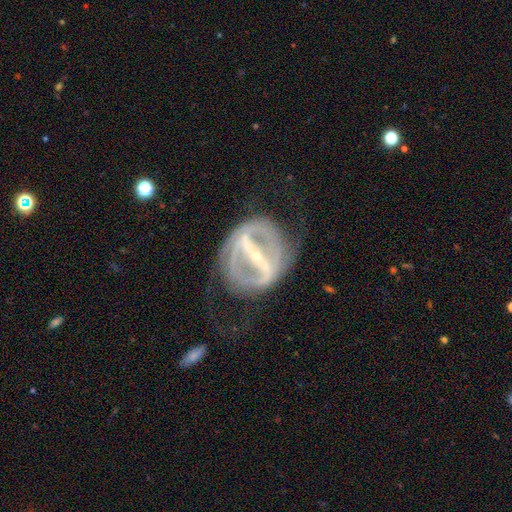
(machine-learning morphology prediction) Smooth or featured?
  - featured or disk: 87% *
  - smooth: 7%
  - star or artifact: 6%
Edge-on disk?
  - no: 89% *
  - yes: 11%
Bar?
  - strong: 88% *
  - weak: 8%
  - no: 3%
Spiral arms?
  - yes: 56% *
  - no: 44%
Bulge size?
  - small: 78% *
  - moderate: 18%
  - none: 1%
  - large: 1%
  - dominant: 1%
Merging?
  - none: 56% *
  - major disturbance: 22%
  - minor disturbance: 19%
  - merger: 2%